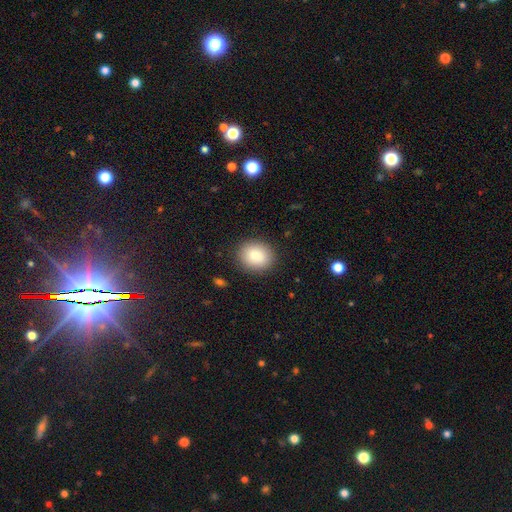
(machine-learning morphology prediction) Q: Smooth or featured?
A: smooth (88%); runner-up: star or artifact (7%)
Q: How rounded?
A: round (64%); runner-up: in between (35%)
Q: Merging?
A: none (88%); runner-up: minor disturbance (8%)